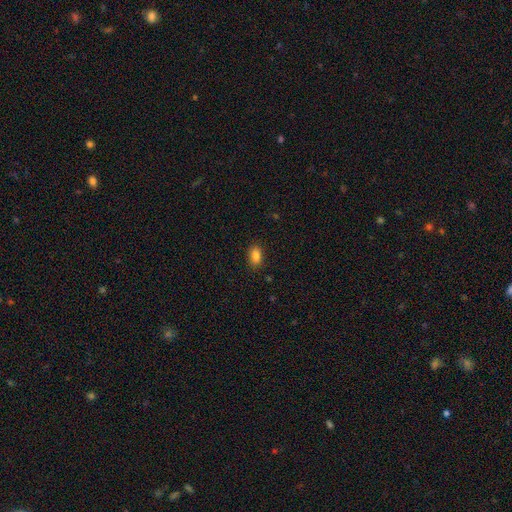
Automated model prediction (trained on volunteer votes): Overall: smooth (86%). How rounded: in between (87%). Merging: none (87%).